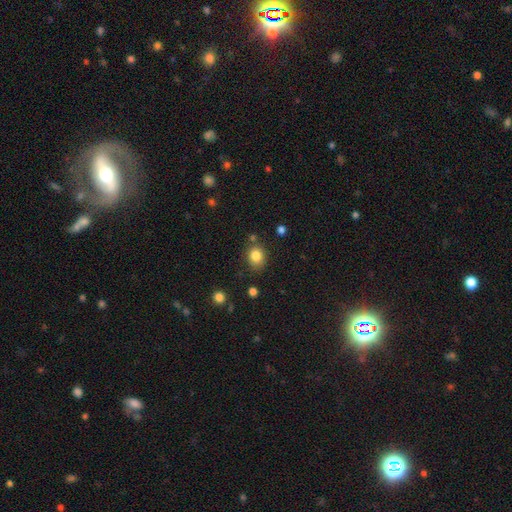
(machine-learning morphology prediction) This appears to be a smooth galaxy with no disk features (83%) that is round (61%). Merging: none (79%).